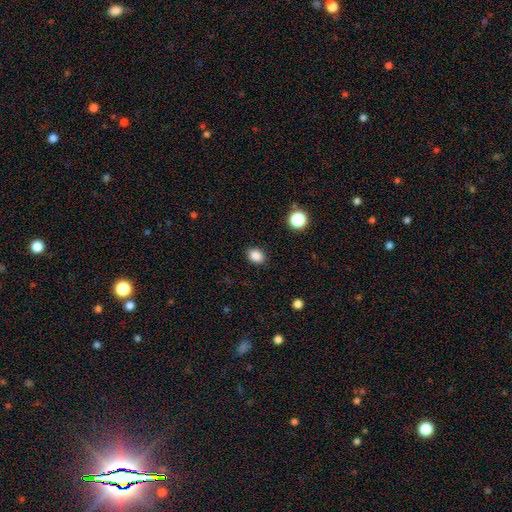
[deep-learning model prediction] Q: Smooth or featured?
A: smooth (86%); runner-up: star or artifact (10%)
Q: How rounded?
A: in between (63%); runner-up: round (36%)
Q: Merging?
A: none (88%); runner-up: minor disturbance (8%)